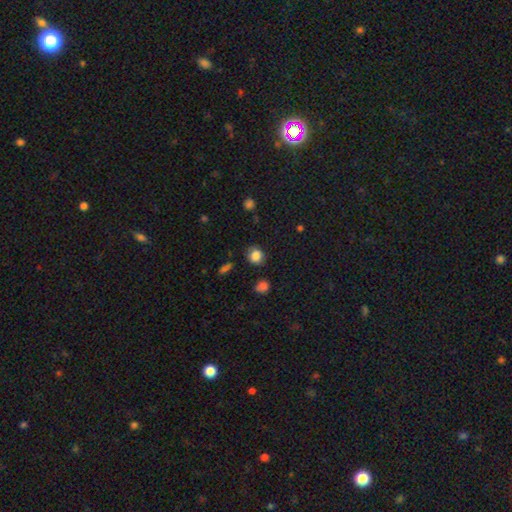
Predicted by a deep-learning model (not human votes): Q: Smooth or featured?
A: smooth (84%); runner-up: star or artifact (11%)
Q: How rounded?
A: round (72%); runner-up: in between (27%)
Q: Merging?
A: none (78%); runner-up: minor disturbance (16%)